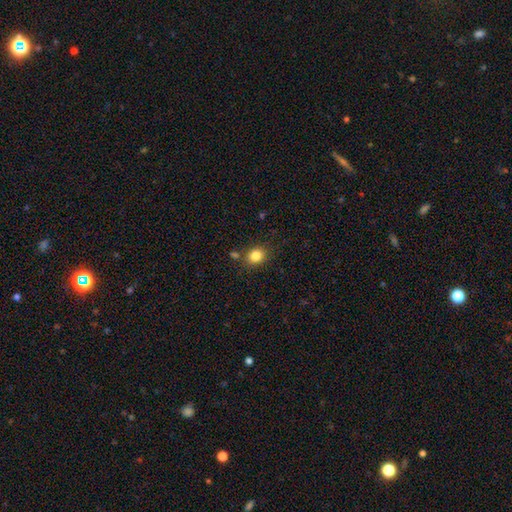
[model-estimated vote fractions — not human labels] smooth_or_featured: smooth (p=0.84) [alt: star or artifact p=0.11]
how_rounded: round (p=0.63) [alt: in between p=0.36]
merging: none (p=0.81) [alt: minor disturbance p=0.10]